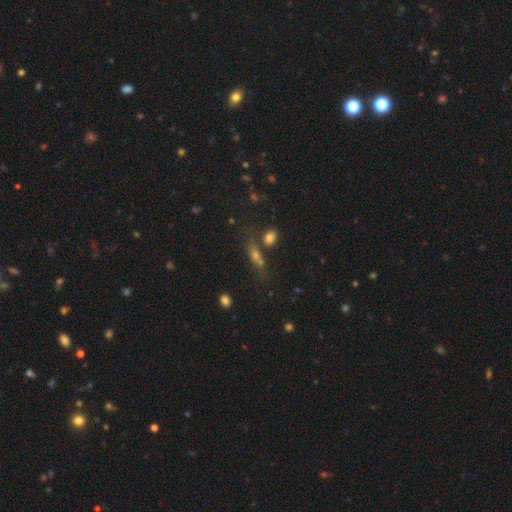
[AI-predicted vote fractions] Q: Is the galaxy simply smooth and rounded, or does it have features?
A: smooth — 56%.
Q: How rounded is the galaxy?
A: in between — 51%.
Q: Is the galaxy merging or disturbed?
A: none — 55%.